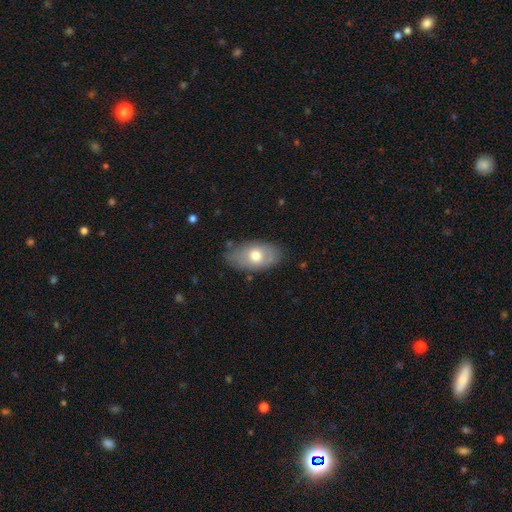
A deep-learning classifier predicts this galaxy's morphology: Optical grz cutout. It shows a smooth galaxy with no disk features (63%) that is in between round and cigar-shaped (91%). Merging: none (73%).